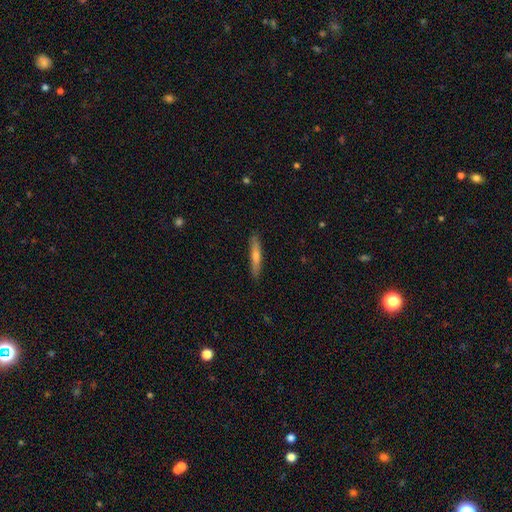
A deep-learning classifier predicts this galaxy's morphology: smooth-or-featured: featured or disk: 50% | smooth: 43% | star or artifact: 7%
  merging: none: 89% | minor disturbance: 8% | major disturbance: 1% | merger: 1%